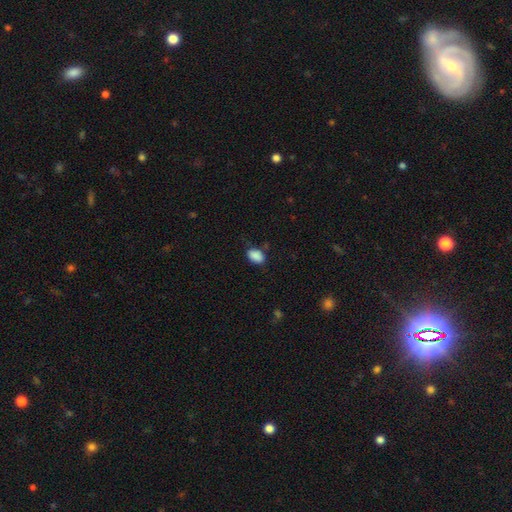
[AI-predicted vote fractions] smooth_or_featured: smooth (p=0.88) [alt: star or artifact p=0.08]
how_rounded: in between (p=0.87) [alt: round p=0.12]
merging: none (p=0.72) [alt: minor disturbance p=0.21]